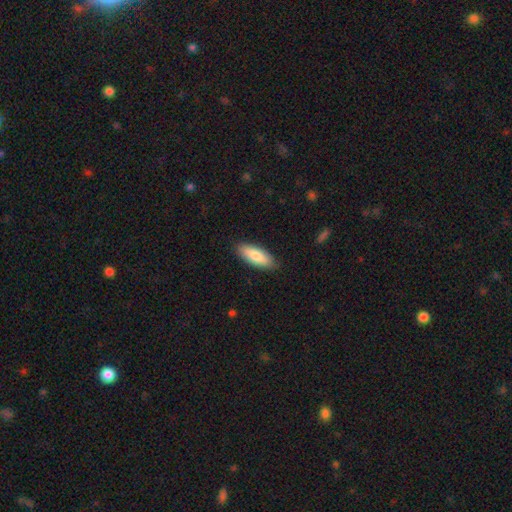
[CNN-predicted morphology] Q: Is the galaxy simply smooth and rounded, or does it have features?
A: smooth — 81%.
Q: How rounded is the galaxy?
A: in between — 72%.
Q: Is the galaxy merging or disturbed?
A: none — 87%.